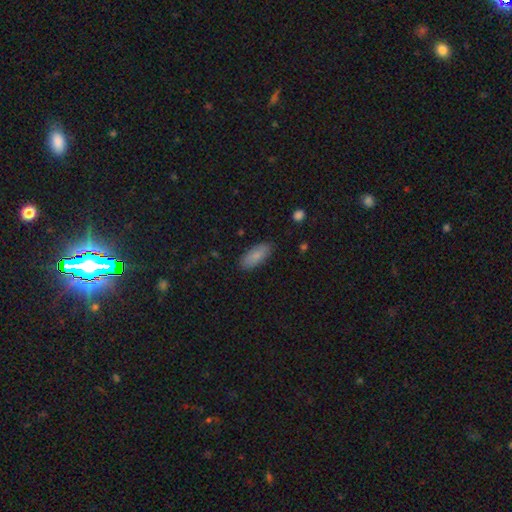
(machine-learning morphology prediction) smooth 84%, featured or disk 10%, star or artifact 7%. Down the decision tree: how rounded — in between (84%); merging — none (86%).